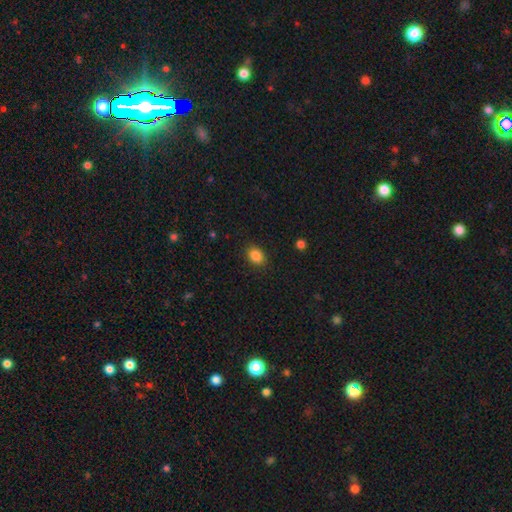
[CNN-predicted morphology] Smooth or featured? smooth (86%)
How rounded? in between (67%)
Merging? none (88%)